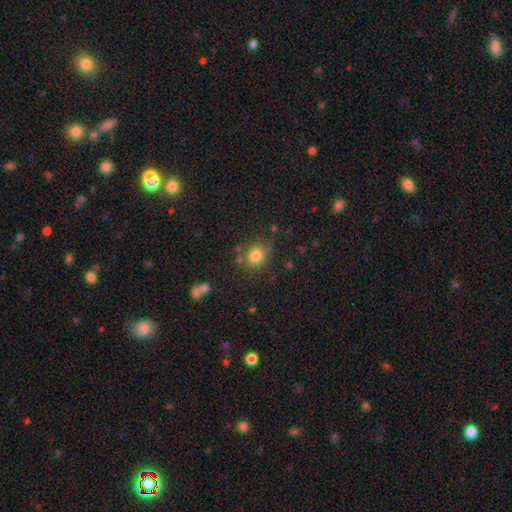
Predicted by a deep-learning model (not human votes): This appears to be a smooth galaxy with no disk features (82%) that is round (82%). Merging: none (78%).